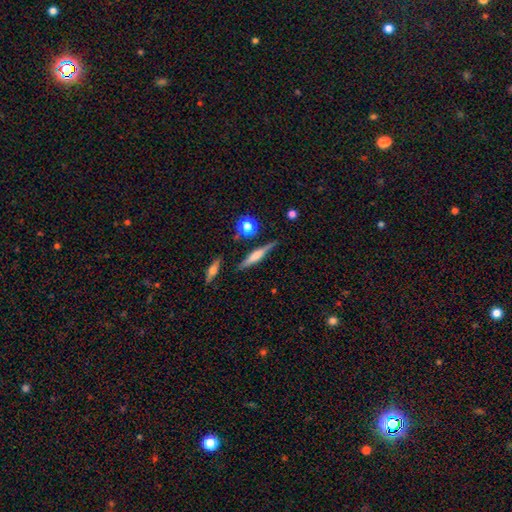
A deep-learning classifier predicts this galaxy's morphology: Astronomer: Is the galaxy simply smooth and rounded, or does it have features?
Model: featured or disk — 51% (runner-up: smooth, 41%).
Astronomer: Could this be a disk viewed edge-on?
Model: yes — 95%.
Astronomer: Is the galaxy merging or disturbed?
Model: none — 79%.